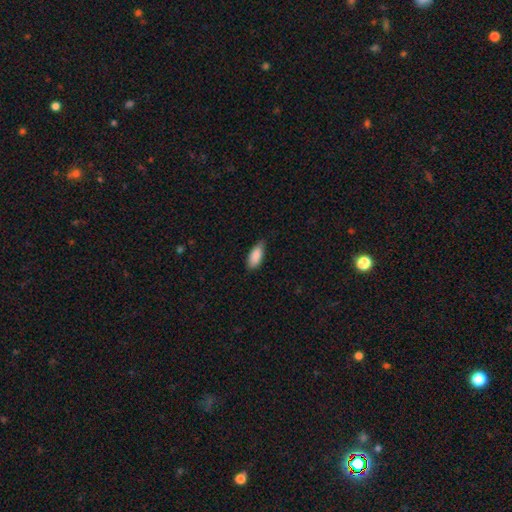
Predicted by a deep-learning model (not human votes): smooth_or_featured: smooth (p=0.88) [alt: star or artifact p=0.06]
how_rounded: in between (p=0.85) [alt: cigar-shaped p=0.13]
merging: none (p=0.71) [alt: minor disturbance p=0.24]